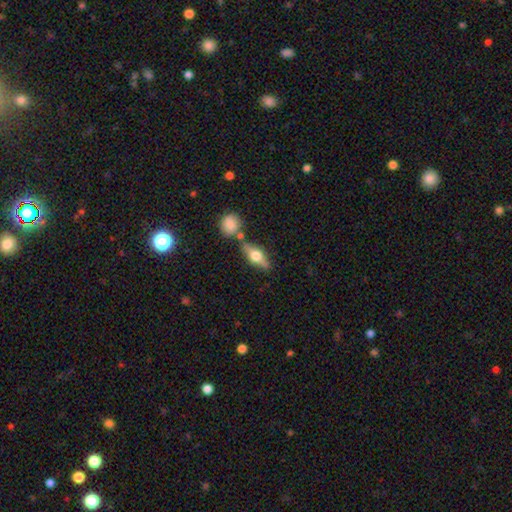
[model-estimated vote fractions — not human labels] Smooth or featured: featured or disk — 52% (smooth — 41%)
Edge-on disk: yes — 90% (no — 10%)
Merging: none — 74% (minor disturbance — 12%)